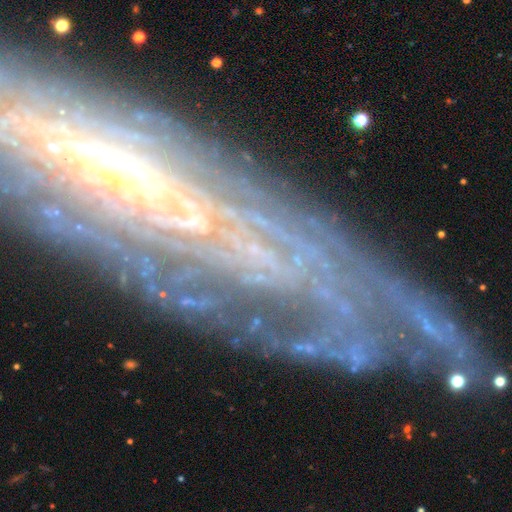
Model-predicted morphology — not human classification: type=featured or disk (65%); edge-on=no (94%); bar=no (50%); spiral arms=yes (88%); winding=tight (66%); arm count=can't tell (33%); bulge=small (54%); merging=none (58%).